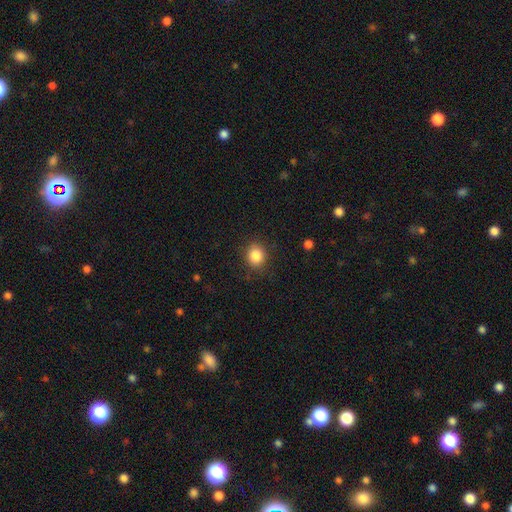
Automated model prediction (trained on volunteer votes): Smooth or featured? smooth (84%)
How rounded? round (76%)
Merging? none (86%)